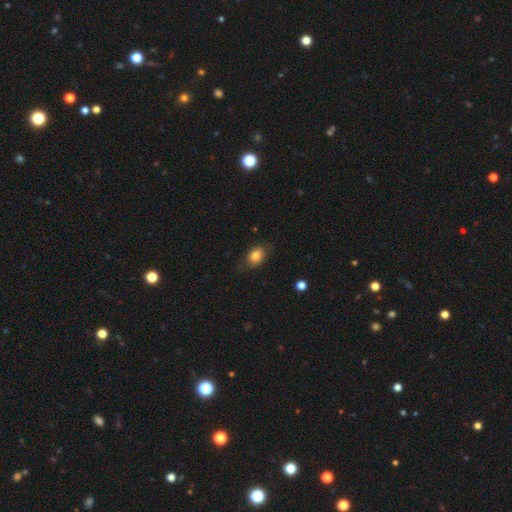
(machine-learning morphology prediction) This is clearly a smooth galaxy (81%). How rounded: likely in between (75%). Merging: likely none (73%).